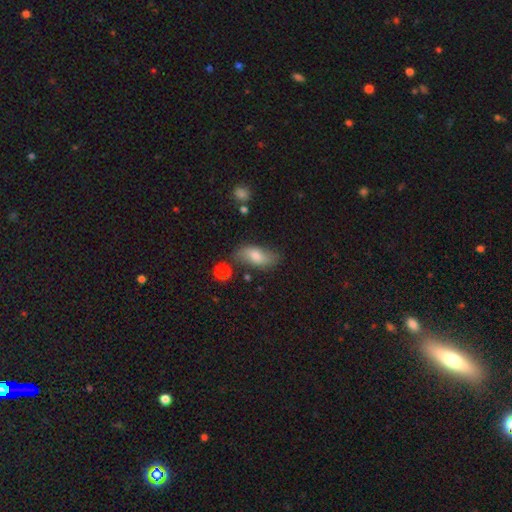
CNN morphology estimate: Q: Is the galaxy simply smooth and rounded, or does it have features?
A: smooth — 66%.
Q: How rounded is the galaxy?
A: in between — 84%.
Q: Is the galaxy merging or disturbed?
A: none — 72%.